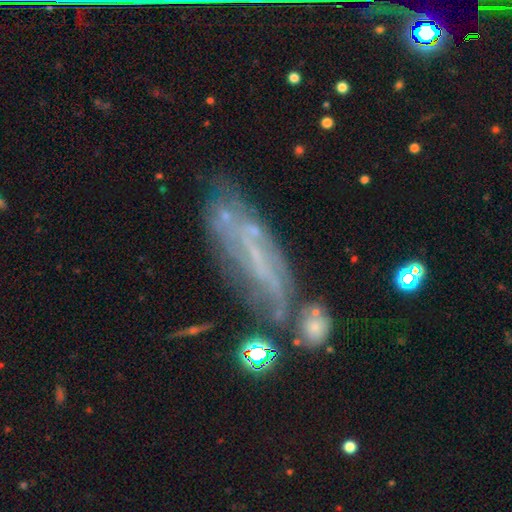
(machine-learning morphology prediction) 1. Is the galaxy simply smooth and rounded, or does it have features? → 58% featured or disk, 26% smooth, 16% star or artifact.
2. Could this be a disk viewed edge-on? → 60% no, 40% yes.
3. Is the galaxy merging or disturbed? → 58% none, 22% minor disturbance, 11% major disturbance, 10% merger.